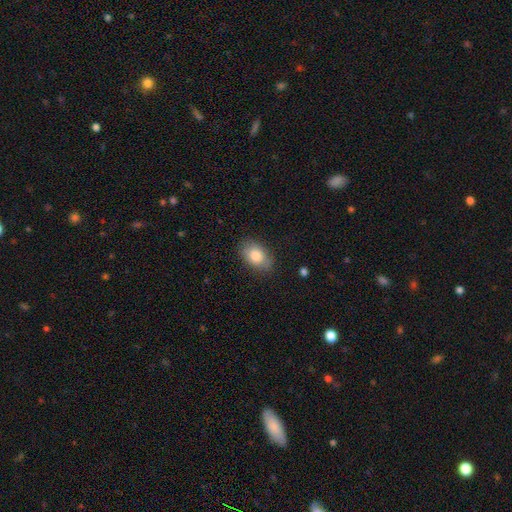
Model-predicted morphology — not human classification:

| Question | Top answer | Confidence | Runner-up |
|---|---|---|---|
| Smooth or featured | smooth | 82% | featured or disk (10%) |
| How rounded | in between | 85% | round (14%) |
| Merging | none | 82% | minor disturbance (14%) |